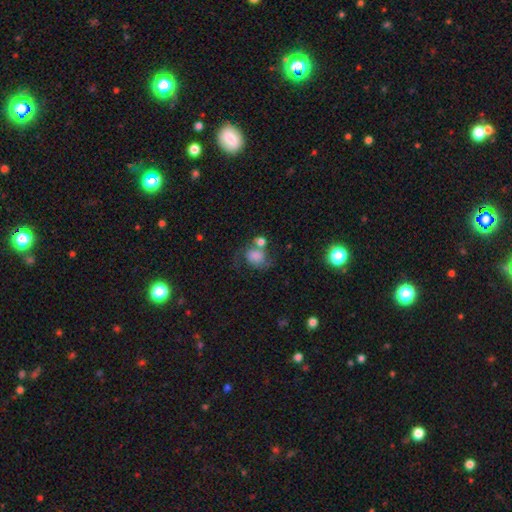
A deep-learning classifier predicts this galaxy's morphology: Smooth or featured?
  - smooth: 62% *
  - featured or disk: 27%
  - star or artifact: 11%
How rounded?
  - round: 56% *
  - in between: 43%
  - cigar-shaped: 1%
Merging?
  - none: 36% *
  - merger: 24%
  - minor disturbance: 21%
  - major disturbance: 20%